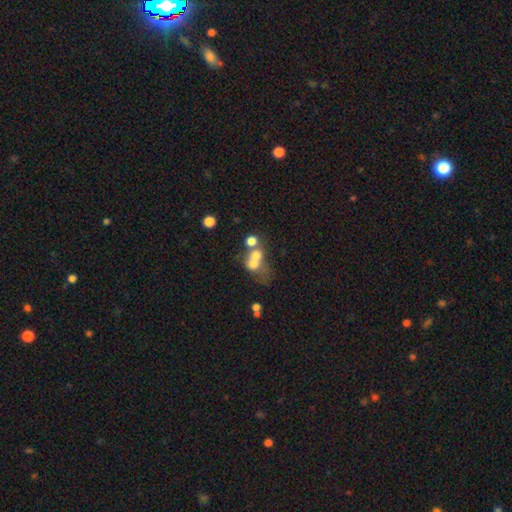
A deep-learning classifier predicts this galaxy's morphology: A smooth galaxy with no disk features (59%) that is round (66%).

Vote fractions:
- Smooth or featured? smooth: 59% / featured or disk: 26% / star or artifact: 15%
- How rounded? round: 66% / in between: 32% / cigar-shaped: 1%
- Merging? merger: 61% / none: 23% / major disturbance: 8% / minor disturbance: 7%